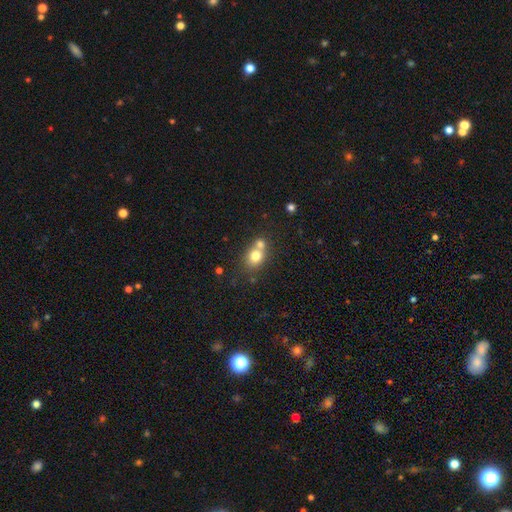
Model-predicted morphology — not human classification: Q: Smooth or featured?
A: smooth (75%); runner-up: featured or disk (14%)
Q: How rounded?
A: round (60%); runner-up: in between (39%)
Q: Merging?
A: merger (46%); runner-up: none (42%)